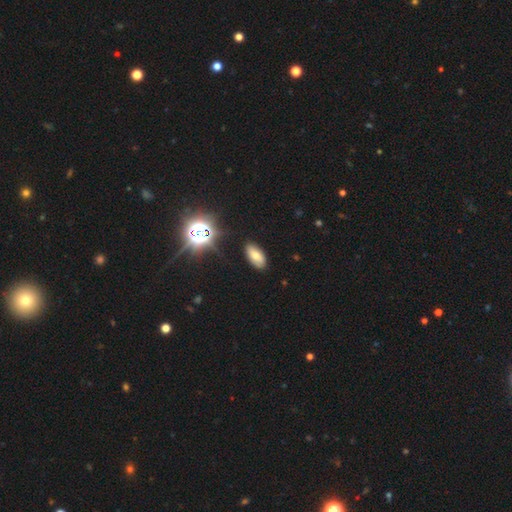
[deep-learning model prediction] Q: Smooth or featured?
A: smooth (68%); runner-up: star or artifact (18%)
Q: How rounded?
A: in between (91%); runner-up: cigar-shaped (5%)
Q: Merging?
A: none (86%); runner-up: minor disturbance (10%)